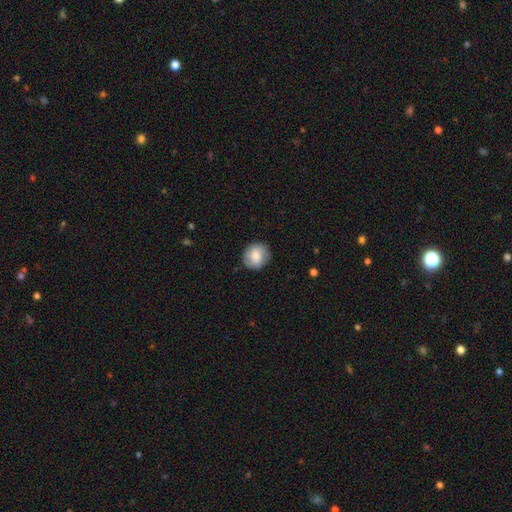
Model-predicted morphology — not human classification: Q: Smooth or featured?
A: smooth (78%); runner-up: featured or disk (15%)
Q: How rounded?
A: round (85%); runner-up: in between (14%)
Q: Merging?
A: none (84%); runner-up: minor disturbance (12%)